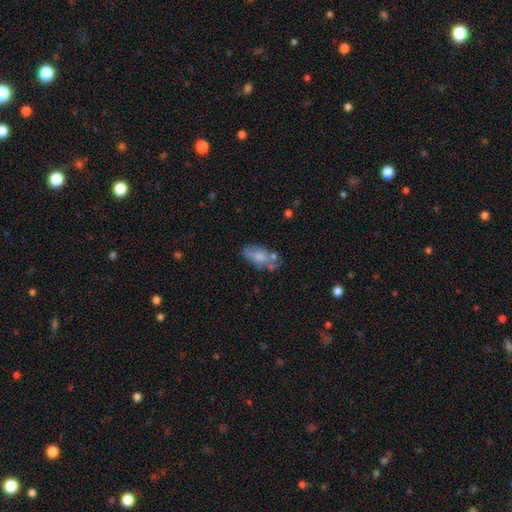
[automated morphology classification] Q: Smooth or featured?
A: smooth (66%); runner-up: featured or disk (26%)
Q: How rounded?
A: in between (89%); runner-up: cigar-shaped (7%)
Q: Merging?
A: none (46%); runner-up: minor disturbance (26%)